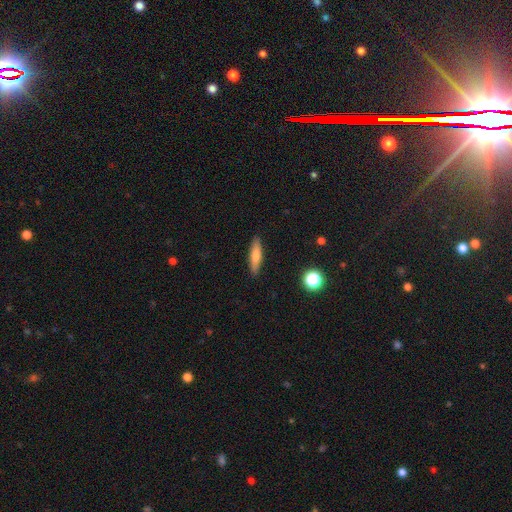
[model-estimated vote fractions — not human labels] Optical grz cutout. It shows a smooth galaxy with no disk features (70%) that is cigar-shaped (75%). Merging: none (89%).